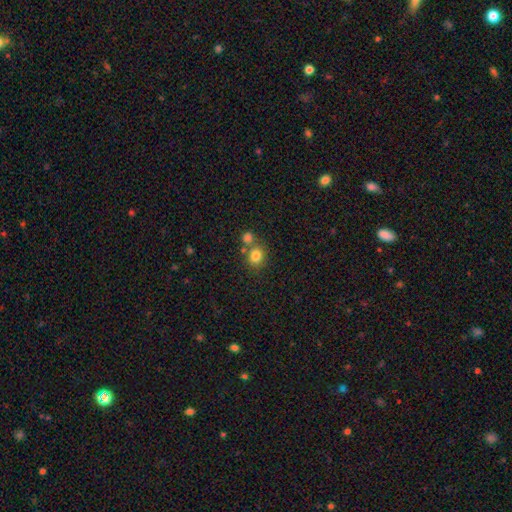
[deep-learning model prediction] Q: Smooth or featured?
A: smooth (80%); runner-up: star or artifact (12%)
Q: How rounded?
A: round (79%); runner-up: in between (20%)
Q: Merging?
A: none (60%); runner-up: merger (28%)